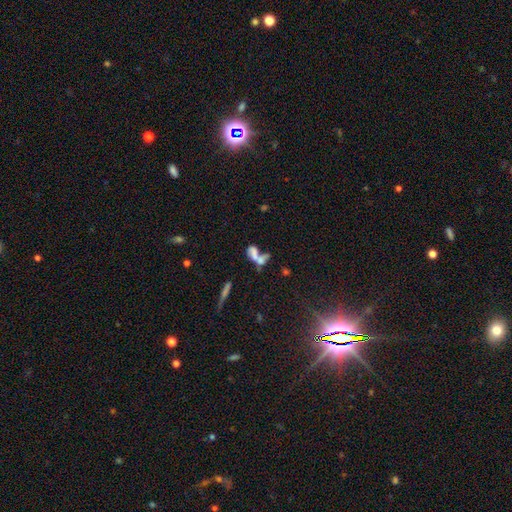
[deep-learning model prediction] The model was most divided on "smooth or featured": smooth: 53%, featured or disk: 31%, star or artifact: 16%. More confident: how rounded — in between (73%); merging — merger (63%).